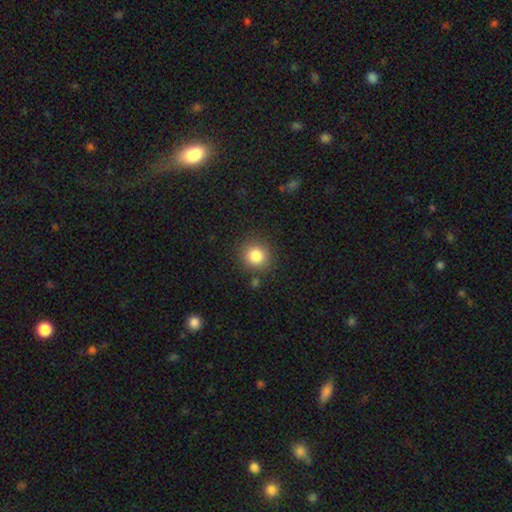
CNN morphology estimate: smooth_or_featured: smooth (p=0.83) [alt: star or artifact p=0.11]
how_rounded: round (p=0.90) [alt: in between p=0.09]
merging: none (p=0.86) [alt: minor disturbance p=0.08]